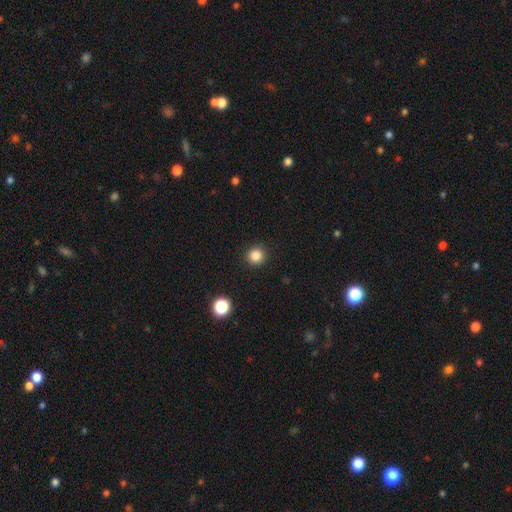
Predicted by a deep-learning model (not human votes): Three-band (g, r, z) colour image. It shows a smooth galaxy with no disk features (85%) that is round (93%). Merging: none (92%).